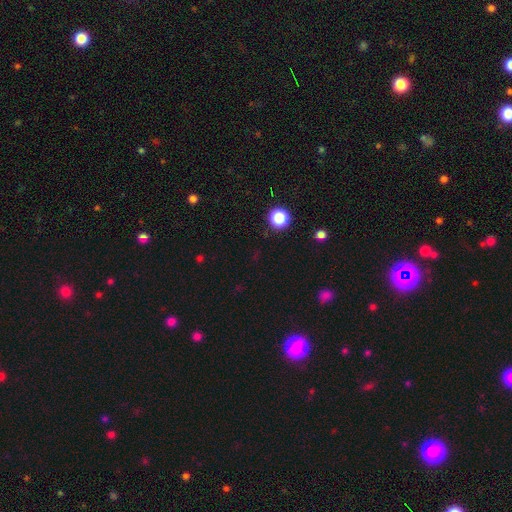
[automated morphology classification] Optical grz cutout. It shows a star or artifact, not a galaxy (62%).